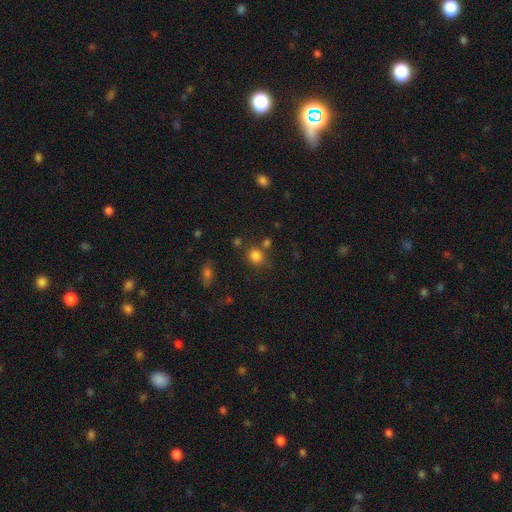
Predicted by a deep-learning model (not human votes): Smooth or featured? Predicted: smooth (p=0.81). How rounded? Predicted: round (p=0.76). Merging? Predicted: none (p=0.71).